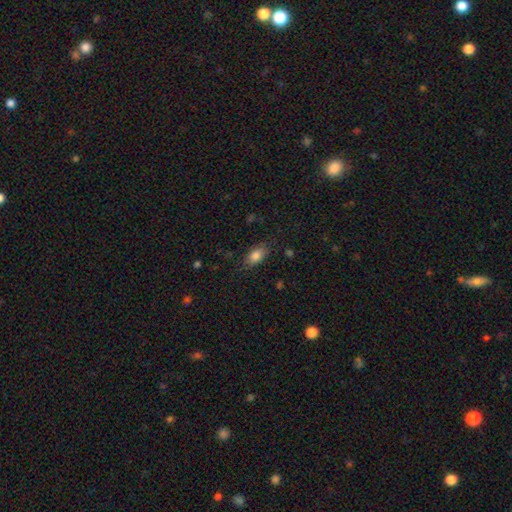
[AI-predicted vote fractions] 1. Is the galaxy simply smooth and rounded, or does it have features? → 82% smooth, 10% featured or disk, 8% star or artifact.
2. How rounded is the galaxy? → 88% in between, 8% round, 4% cigar-shaped.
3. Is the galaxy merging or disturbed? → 79% none, 15% minor disturbance, 4% major disturbance, 1% merger.